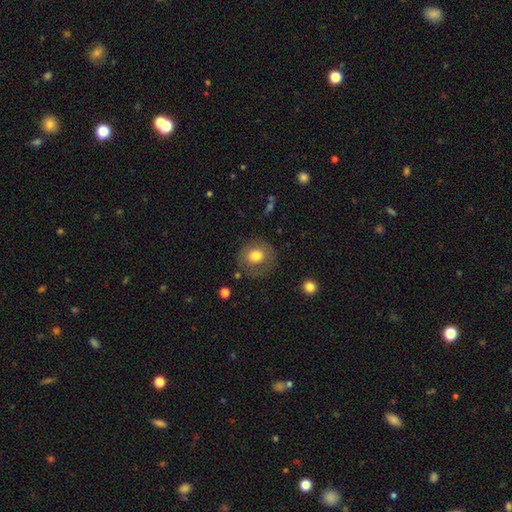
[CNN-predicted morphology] Smooth or featured?
  - smooth: 71% *
  - featured or disk: 20%
  - star or artifact: 8%
How rounded?
  - round: 86% *
  - in between: 13%
  - cigar-shaped: 1%
Merging?
  - none: 75% *
  - minor disturbance: 16%
  - major disturbance: 8%
  - merger: 2%